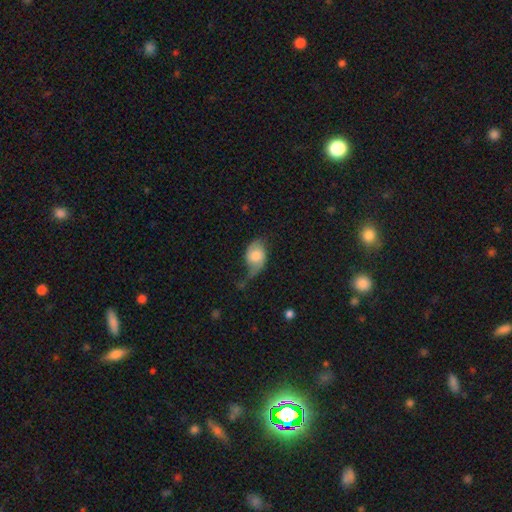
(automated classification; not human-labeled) Smooth or featured? Predicted: smooth (p=0.50). Merging? Predicted: major disturbance (p=0.35).